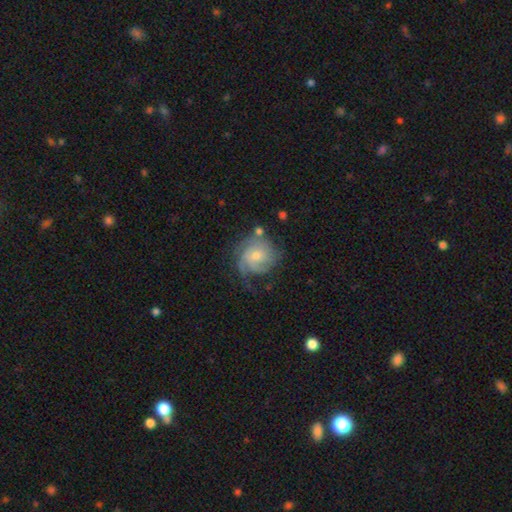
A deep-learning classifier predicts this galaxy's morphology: Smooth or featured: featured or disk — 75% (smooth — 17%)
Edge-on disk: no — 98% (yes — 2%)
Bar: no — 68% (weak — 28%)
Spiral arms: yes — 93% (no — 7%)
Spiral winding: tight — 57% (medium — 31%)
Spiral arm count: can't tell — 35% (3 — 22%)
Bulge size: small — 52% (moderate — 42%)
Merging: none — 58% (minor disturbance — 22%)